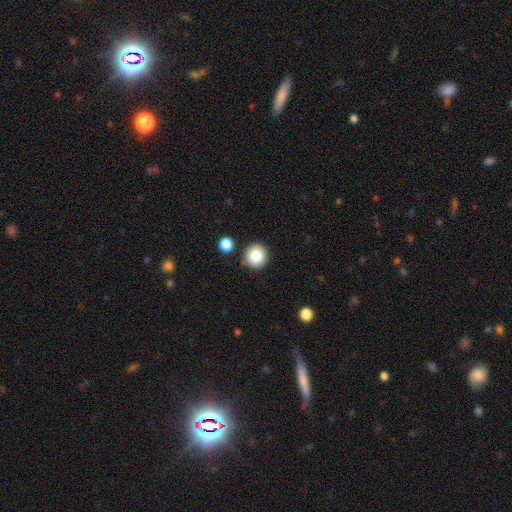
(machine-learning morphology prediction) A smooth galaxy with no disk features (84%) that is round (93%). Merging: none (86%).